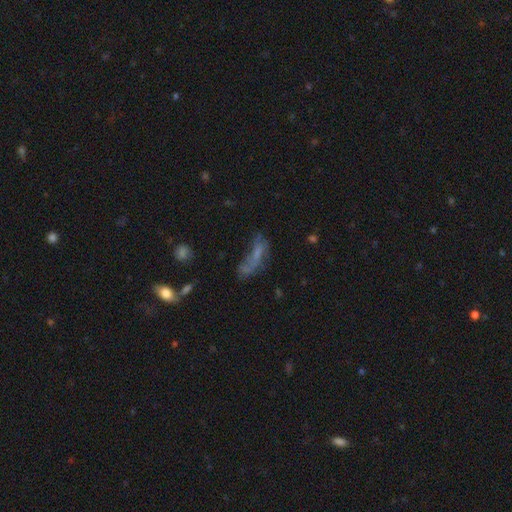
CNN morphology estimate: smooth 44%, featured or disk 37%, star or artifact 20%. Down the decision tree: merging — major disturbance (34%).